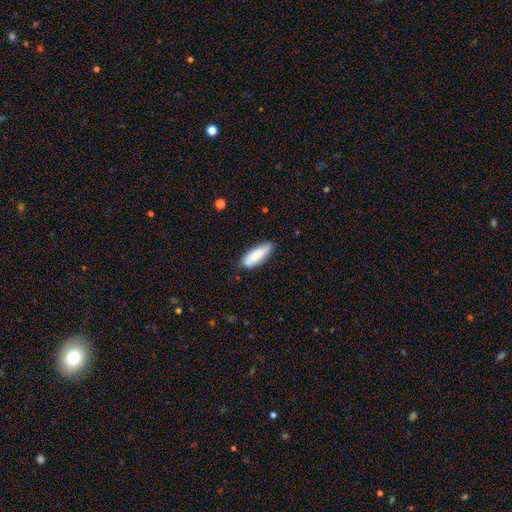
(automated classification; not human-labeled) Morphology: type=smooth (80%); roundness=in between (67%); merging=none (71%).